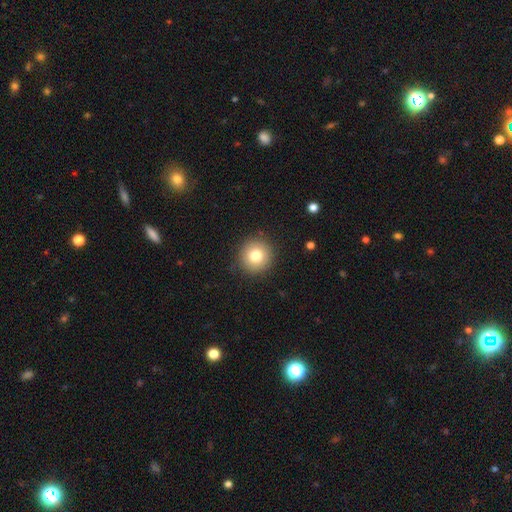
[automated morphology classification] Overall: smooth (78%). How rounded: round (95%). Merging: none (90%).